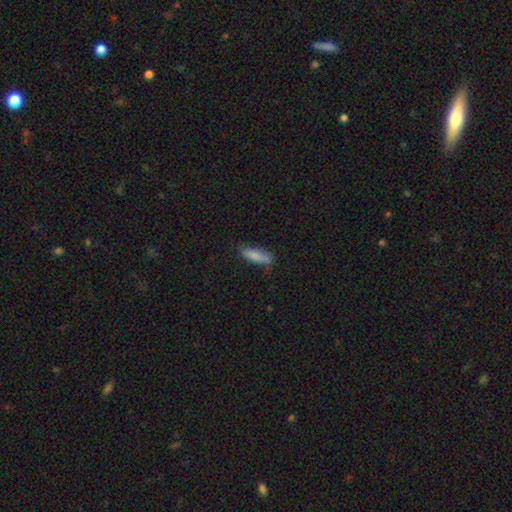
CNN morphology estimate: Q: Smooth or featured?
A: smooth (83%); runner-up: featured or disk (11%)
Q: How rounded?
A: cigar-shaped (57%); runner-up: in between (41%)
Q: Merging?
A: none (69%); runner-up: minor disturbance (24%)